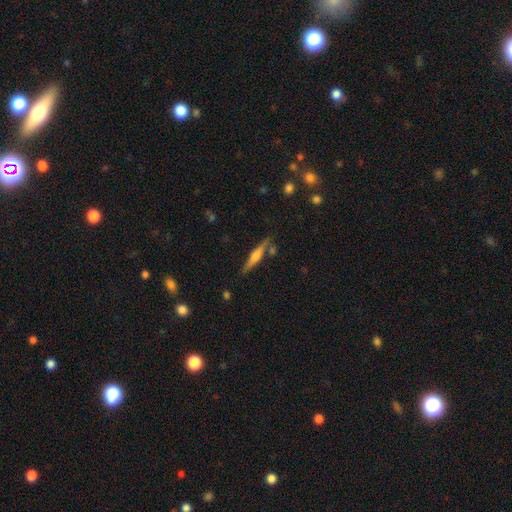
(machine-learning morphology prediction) Smooth or featured: featured or disk — 59% (smooth — 35%)
Edge-on disk: yes — 96% (no — 4%)
Edge-on bulge: rounded — 83% (boxy — 9%)
Merging: none — 79% (minor disturbance — 12%)